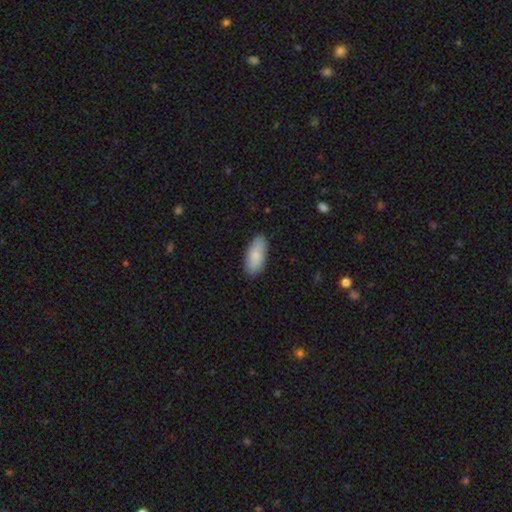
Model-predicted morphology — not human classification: smooth_or_featured: smooth (p=0.84) [alt: featured or disk p=0.11]
how_rounded: in between (p=0.86) [alt: cigar-shaped p=0.12]
merging: none (p=0.87) [alt: minor disturbance p=0.10]